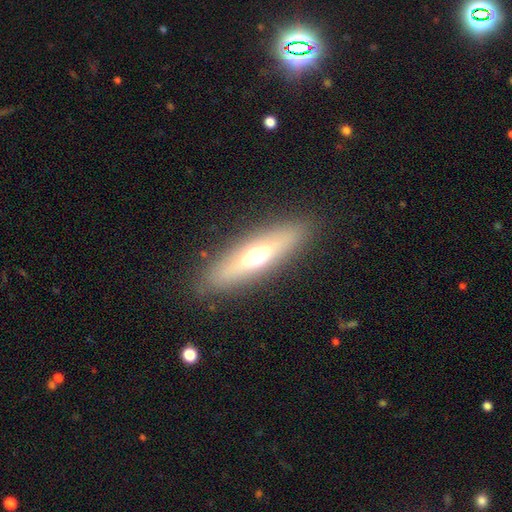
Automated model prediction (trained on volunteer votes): The model was most divided on "smooth or featured": smooth: 49%, featured or disk: 42%, star or artifact: 9%. More confident: merging — none (86%).